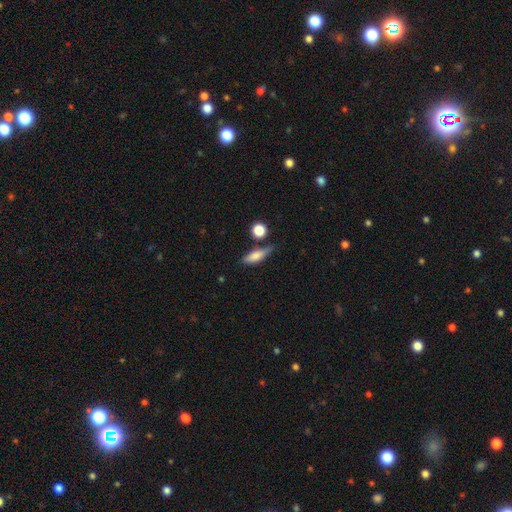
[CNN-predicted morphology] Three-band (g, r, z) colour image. It shows a smooth galaxy with no disk features (70%) that is in between round and cigar-shaped (49%). Merging: none (63%).